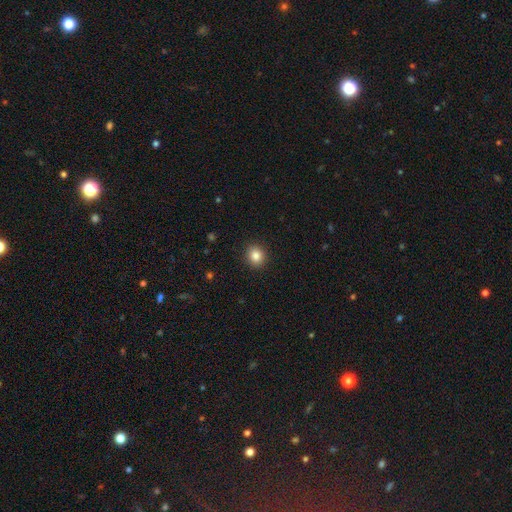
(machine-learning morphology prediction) Smooth or featured? smooth (84%)
How rounded? round (82%)
Merging? none (91%)